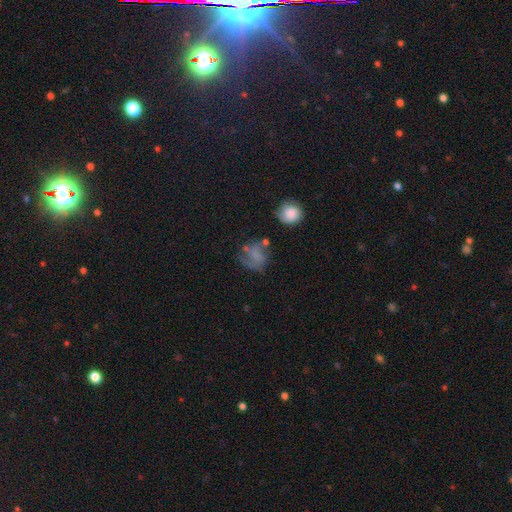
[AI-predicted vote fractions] smooth_or_featured: smooth (p=0.52) [alt: featured or disk p=0.35]
how_rounded: round (p=0.64) [alt: in between p=0.34]
merging: none (p=0.38) [alt: major disturbance p=0.31]